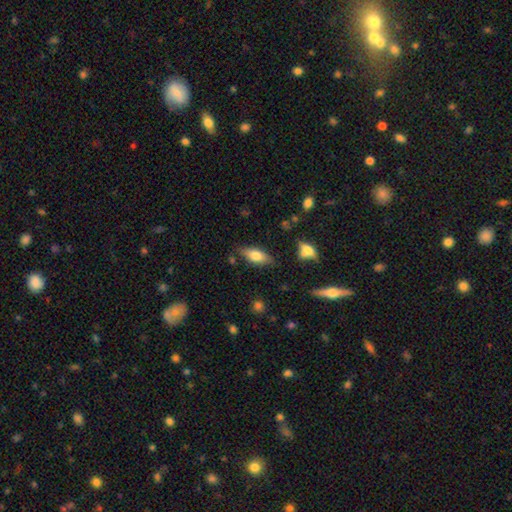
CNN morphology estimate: A smooth galaxy with no disk features (66%) that is in between round and cigar-shaped (78%).

Vote fractions:
- Smooth or featured? smooth: 66% / featured or disk: 26% / star or artifact: 8%
- How rounded? in between: 78% / cigar-shaped: 19% / round: 3%
- Merging? none: 78% / minor disturbance: 15% / major disturbance: 4% / merger: 3%